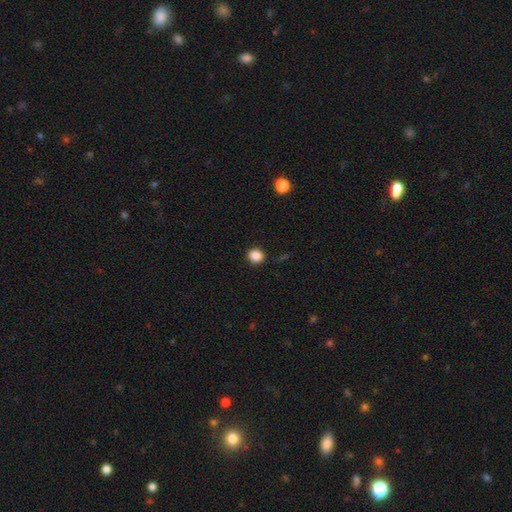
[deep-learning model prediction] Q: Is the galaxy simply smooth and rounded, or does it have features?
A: smooth — 87%.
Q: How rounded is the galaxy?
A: round — 82%.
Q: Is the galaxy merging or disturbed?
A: none — 88%.